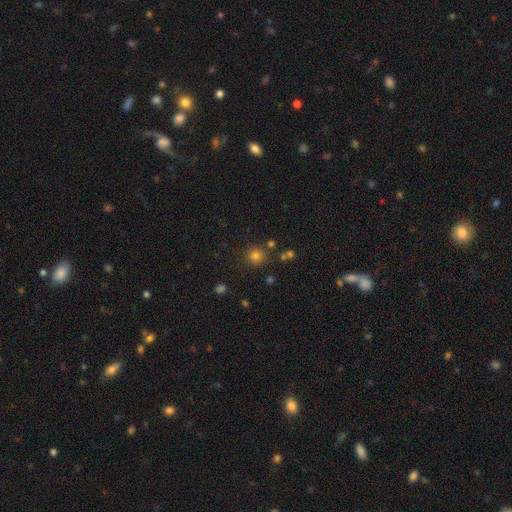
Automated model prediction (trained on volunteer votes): This appears to be a smooth galaxy with no disk features (76%) that is round (92%). Merging: none (83%).